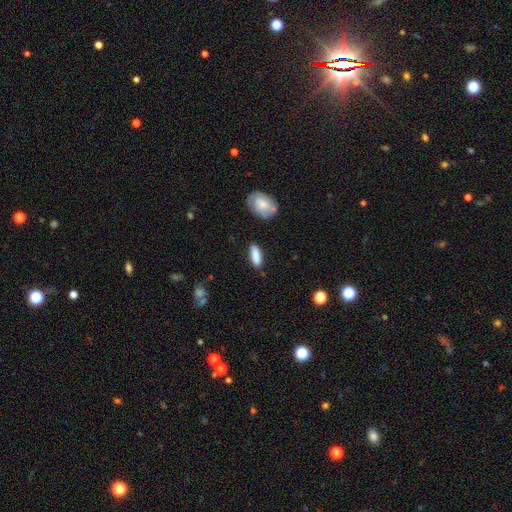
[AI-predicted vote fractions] A smooth galaxy with no disk features (85%) that is in between round and cigar-shaped (53%). Merging: none (81%).